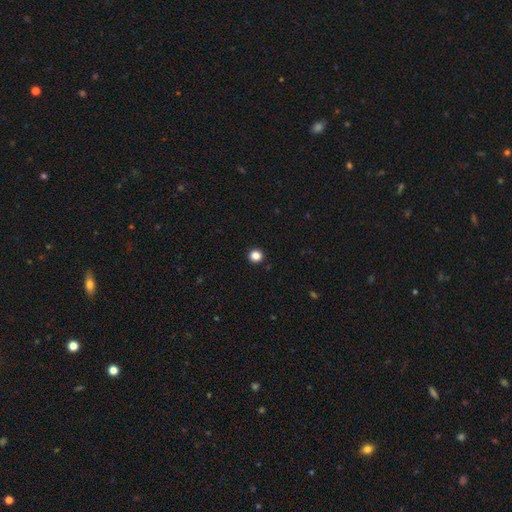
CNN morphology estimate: Q: Smooth or featured?
A: smooth (85%); runner-up: star or artifact (12%)
Q: How rounded?
A: round (94%); runner-up: in between (5%)
Q: Merging?
A: none (94%); runner-up: minor disturbance (4%)